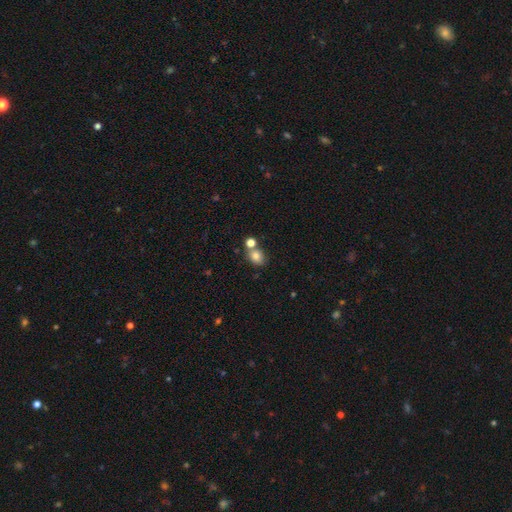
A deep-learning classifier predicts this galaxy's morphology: Smooth or featured: smooth — 78% (star or artifact — 12%)
How rounded: round — 54% (in between — 45%)
Merging: none — 58% (merger — 26%)